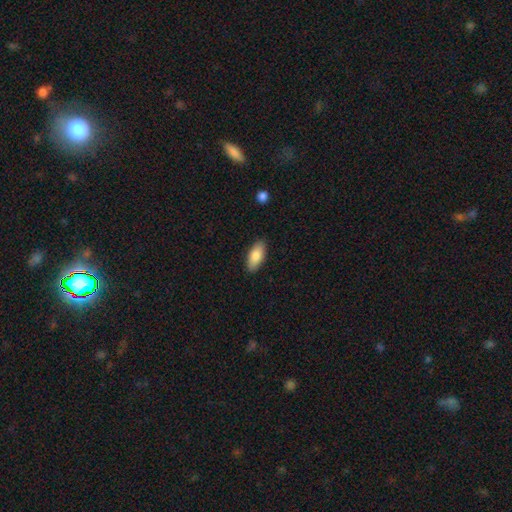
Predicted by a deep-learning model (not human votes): Smooth or featured?
  - smooth: 84% *
  - featured or disk: 10%
  - star or artifact: 6%
How rounded?
  - in between: 86% *
  - cigar-shaped: 12%
  - round: 2%
Merging?
  - none: 88% *
  - minor disturbance: 9%
  - major disturbance: 2%
  - merger: 1%